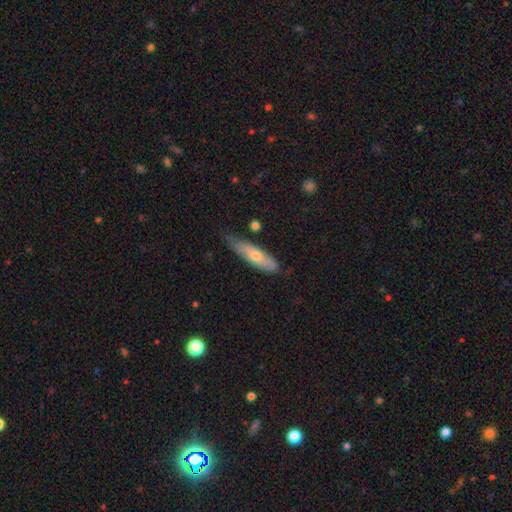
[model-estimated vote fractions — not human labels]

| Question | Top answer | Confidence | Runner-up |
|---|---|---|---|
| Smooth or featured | smooth | 60% | featured or disk (34%) |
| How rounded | cigar-shaped | 63% | in between (35%) |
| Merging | none | 61% | minor disturbance (31%) |